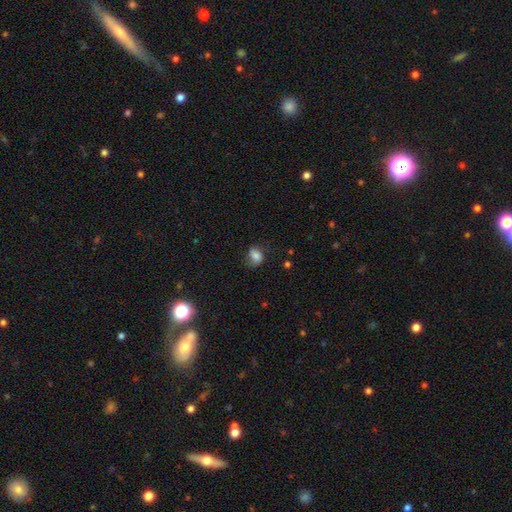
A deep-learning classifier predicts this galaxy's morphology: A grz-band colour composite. It shows a smooth galaxy with no disk features (75%) that is in between round and cigar-shaped (62%). Merging: none (60%).